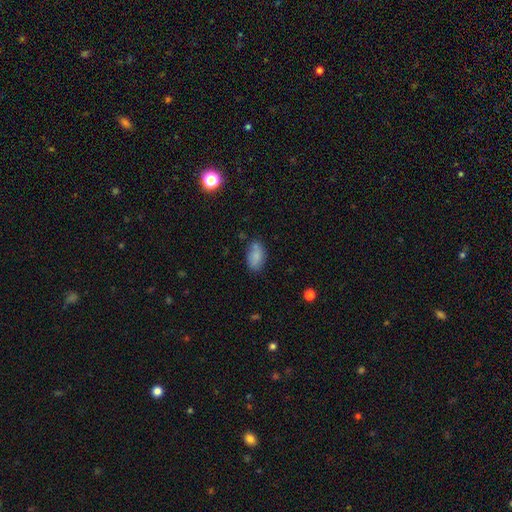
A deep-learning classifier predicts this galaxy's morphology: Smooth or featured? Predicted: smooth (p=0.82). How rounded? Predicted: in between (p=0.92). Merging? Predicted: none (p=0.67).